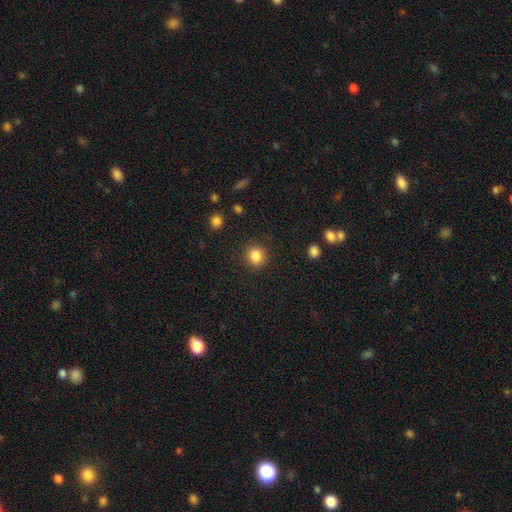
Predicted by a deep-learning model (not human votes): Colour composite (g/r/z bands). It shows a smooth galaxy with no disk features (85%) that is round (86%). Merging: none (89%).